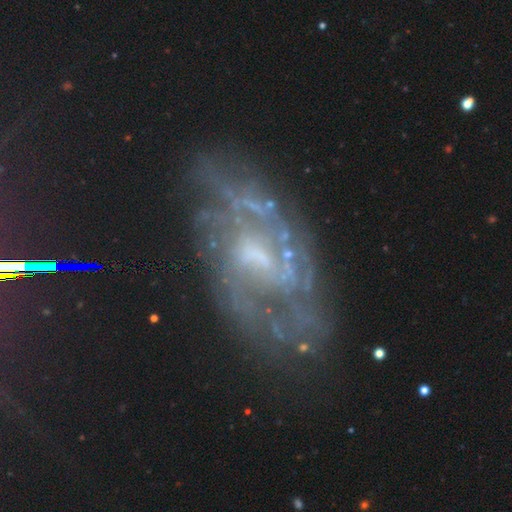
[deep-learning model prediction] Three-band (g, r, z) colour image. It shows a featured or disk galaxy (81%) with a weak bar (48%), medium (42%) spiral arms (84%) and a small central bulge (44%). Merging: none (64%).